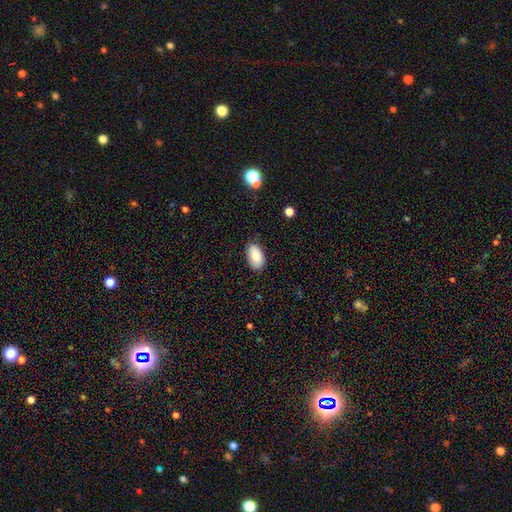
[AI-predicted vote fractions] A smooth galaxy with no disk features (85%) that is in between round and cigar-shaped (94%).

Vote fractions:
- Smooth or featured? smooth: 85% / featured or disk: 8% / star or artifact: 7%
- How rounded? in between: 94% / round: 4% / cigar-shaped: 1%
- Merging? none: 81% / minor disturbance: 15% / major disturbance: 3% / merger: 1%